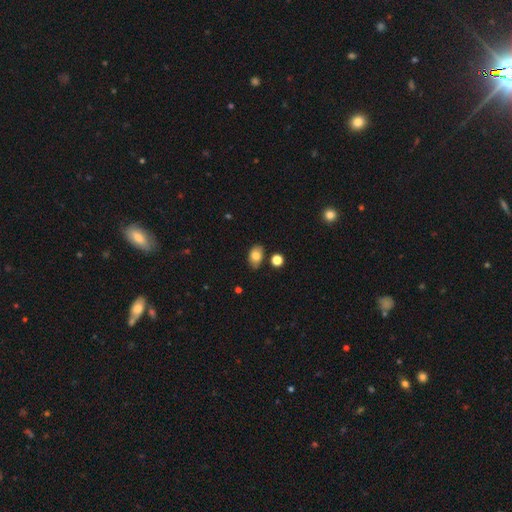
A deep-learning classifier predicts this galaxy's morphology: A smooth galaxy with no disk features (79%) that is in between round and cigar-shaped (83%).

Vote fractions:
- Smooth or featured? smooth: 79% / featured or disk: 12% / star or artifact: 10%
- How rounded? in between: 83% / round: 16% / cigar-shaped: 1%
- Merging? none: 77% / minor disturbance: 16% / merger: 4% / major disturbance: 3%